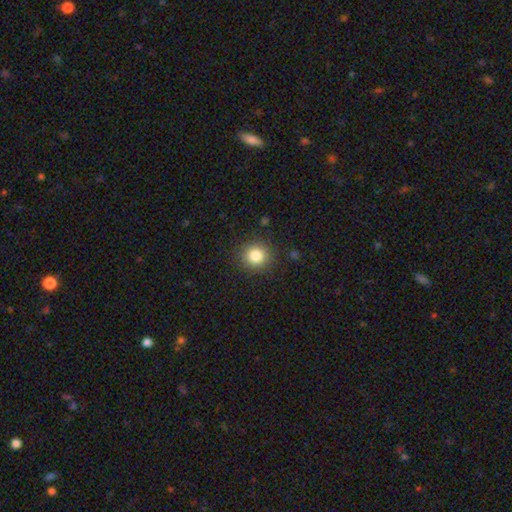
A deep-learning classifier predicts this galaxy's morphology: A smooth galaxy with no disk features (83%) that is round (90%). Merging: none (89%).